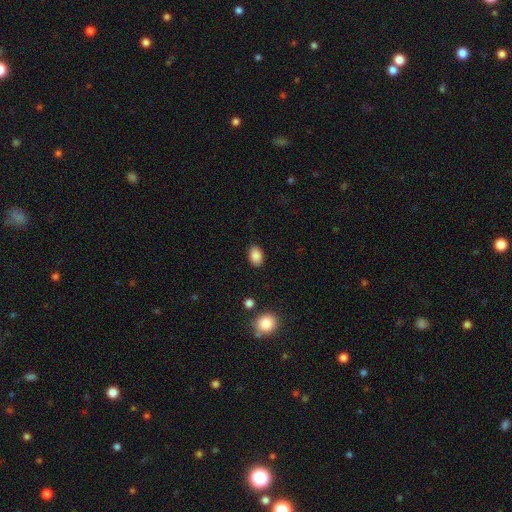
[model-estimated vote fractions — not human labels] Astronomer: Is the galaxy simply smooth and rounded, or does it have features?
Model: smooth — 88%.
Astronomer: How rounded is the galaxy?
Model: in between — 85%.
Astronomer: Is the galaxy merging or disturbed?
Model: none — 87%.